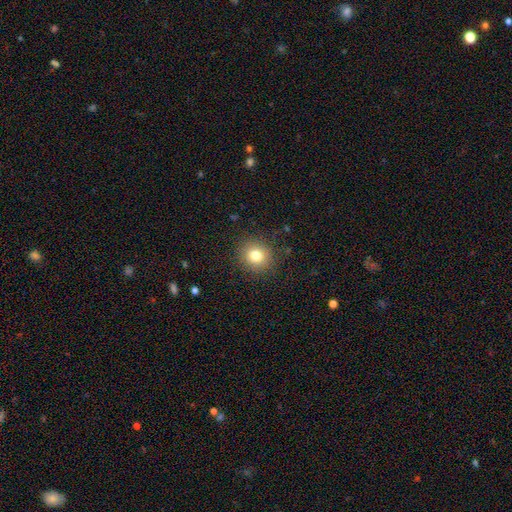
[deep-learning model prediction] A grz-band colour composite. It shows a smooth galaxy with no disk features (79%) that is round (86%). Merging: none (88%).